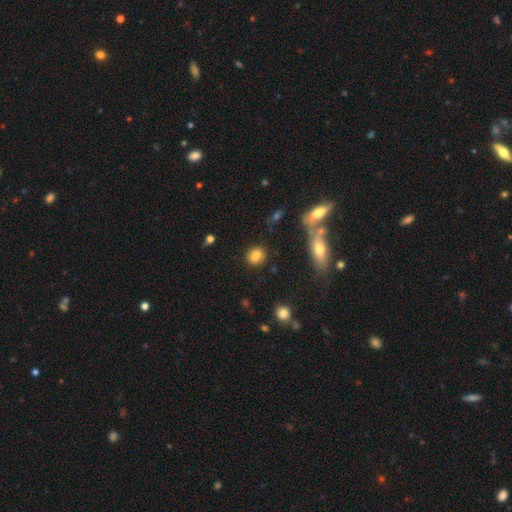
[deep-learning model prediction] Smooth or featured: smooth — 83% (star or artifact — 10%)
How rounded: round — 66% (in between — 32%)
Merging: none — 85% (minor disturbance — 8%)